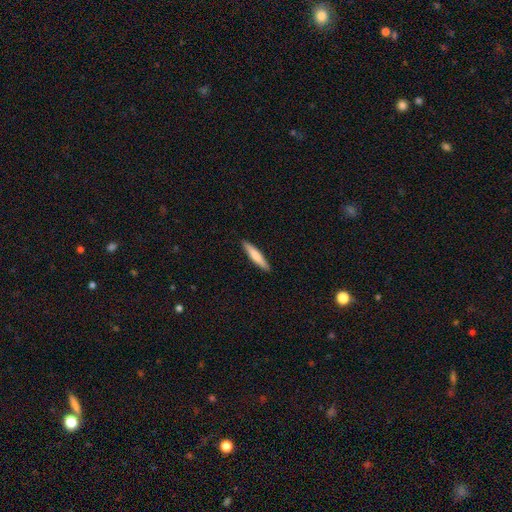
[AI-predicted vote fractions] Overall: smooth (72%). How rounded: cigar-shaped (90%). Merging: none (91%).